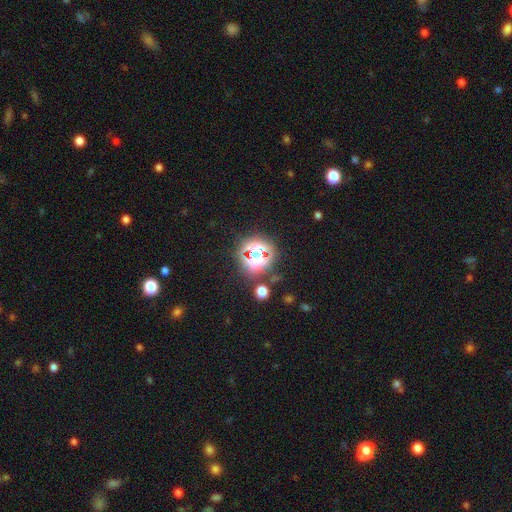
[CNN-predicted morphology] This is possibly a star or artifact rather than a galaxy (56%).